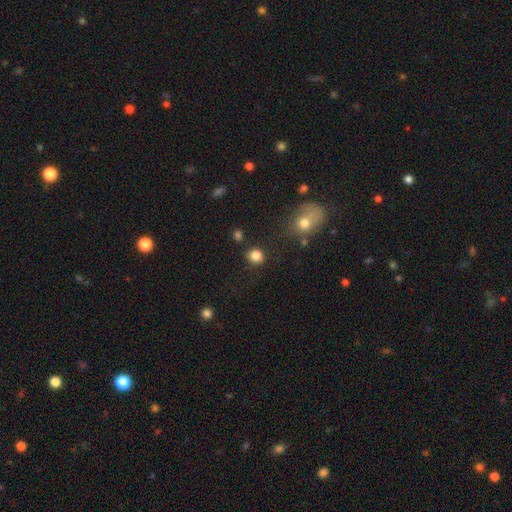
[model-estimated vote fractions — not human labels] Smooth or featured?
  - smooth: 84% *
  - star or artifact: 12%
  - featured or disk: 5%
How rounded?
  - round: 84% *
  - in between: 15%
  - cigar-shaped: 1%
Merging?
  - none: 83% *
  - minor disturbance: 10%
  - merger: 4%
  - major disturbance: 3%